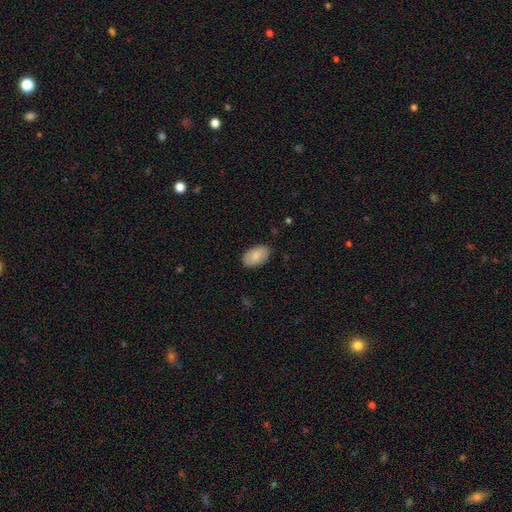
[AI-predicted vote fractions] Smooth or featured?
  - smooth: 83% *
  - featured or disk: 10%
  - star or artifact: 6%
How rounded?
  - in between: 93% *
  - round: 6%
  - cigar-shaped: 1%
Merging?
  - none: 86% *
  - minor disturbance: 11%
  - major disturbance: 2%
  - merger: 1%